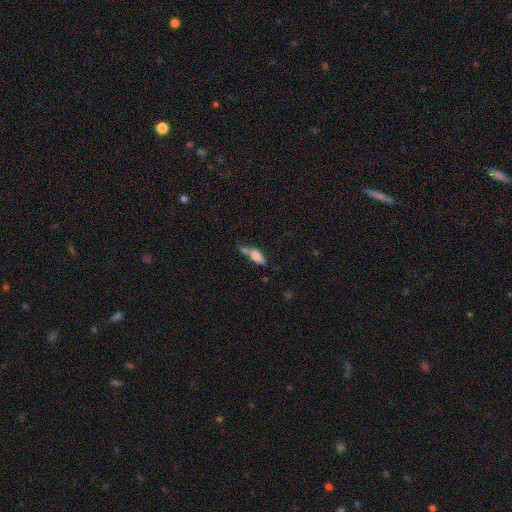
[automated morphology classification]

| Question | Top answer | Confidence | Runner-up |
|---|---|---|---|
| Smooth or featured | smooth | 77% | featured or disk (14%) |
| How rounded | in between | 73% | cigar-shaped (24%) |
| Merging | merger | 39% | none (32%) |